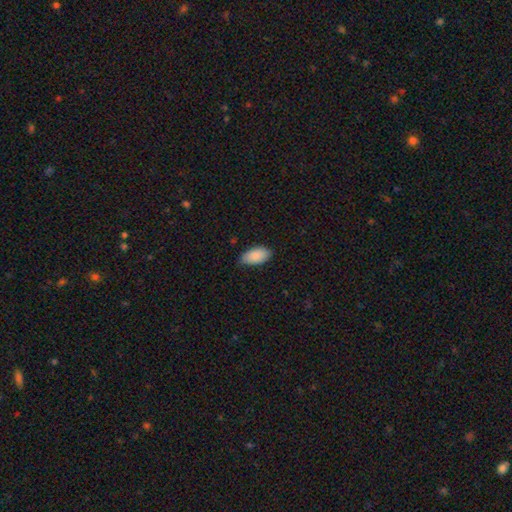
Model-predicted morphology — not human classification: type=smooth (90%); roundness=in between (94%); merging=none (78%).